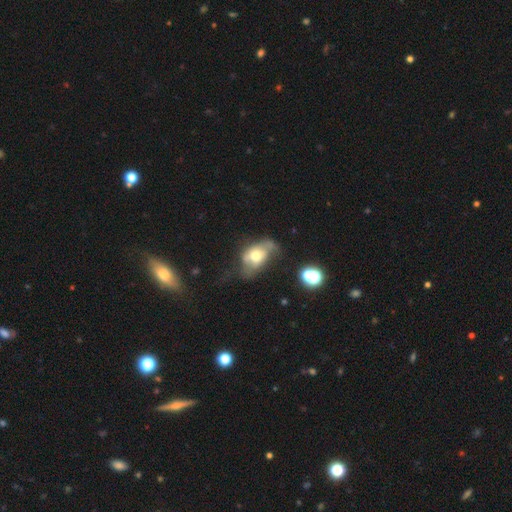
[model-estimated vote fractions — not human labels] smooth-or-featured: featured or disk: 45% (tied) | smooth: 45% (tied) | star or artifact: 10%
  merging: major disturbance: 41% | minor disturbance: 27% | none: 24% | merger: 9%